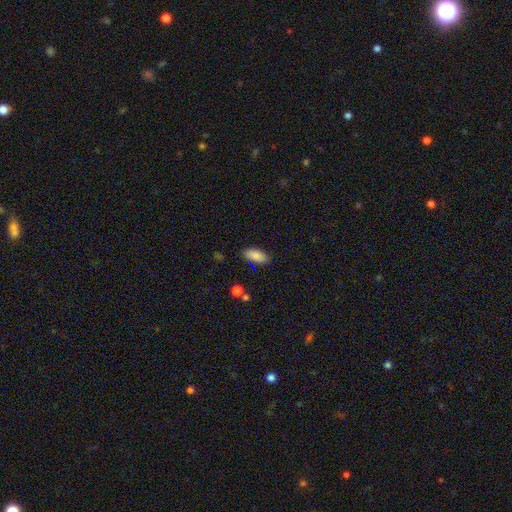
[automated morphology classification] Overall: smooth (86%). How rounded: in between (89%). Merging: none (83%).